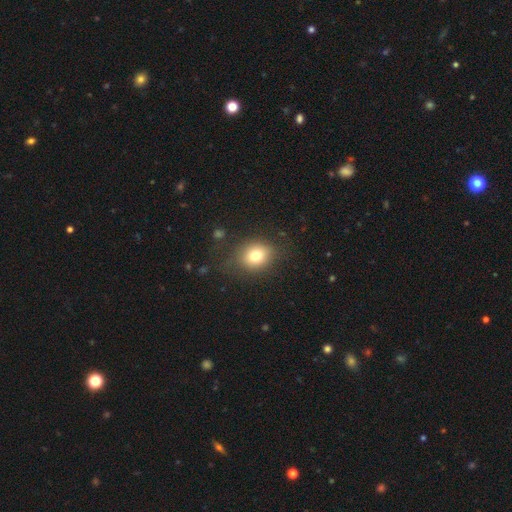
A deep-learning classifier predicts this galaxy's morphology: Smooth or featured? Predicted: smooth (p=0.75). How rounded? Predicted: round (p=0.63). Merging? Predicted: none (p=0.76).